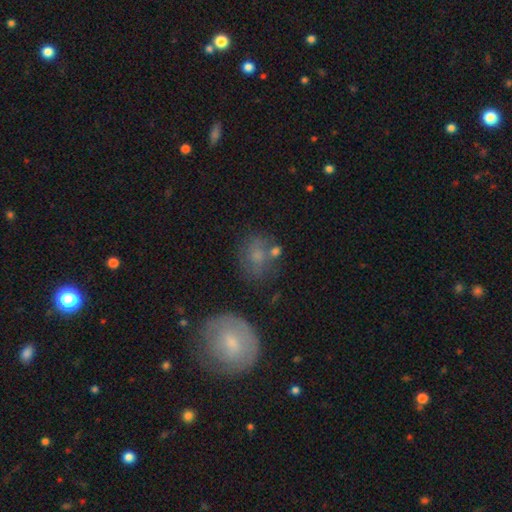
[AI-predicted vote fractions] The model was most divided on "how rounded": round: 60%, in between: 39%, cigar-shaped: 2%. More confident: merging — none (59%); smooth or featured — smooth (59%).